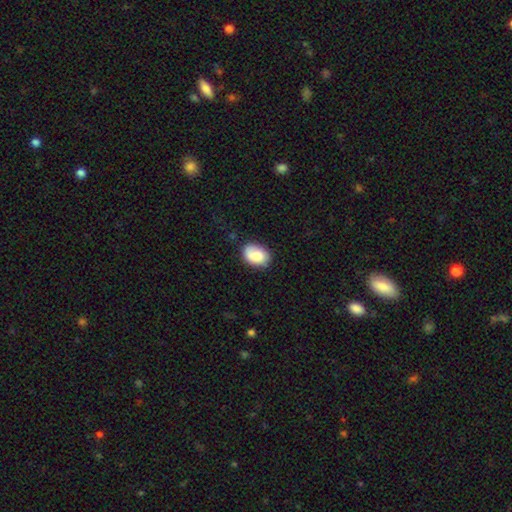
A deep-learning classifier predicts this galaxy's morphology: Smooth or featured?
  - smooth: 79% *
  - featured or disk: 14%
  - star or artifact: 7%
How rounded?
  - in between: 76% *
  - round: 23%
  - cigar-shaped: 1%
Merging?
  - none: 72% *
  - minor disturbance: 21%
  - major disturbance: 5%
  - merger: 2%